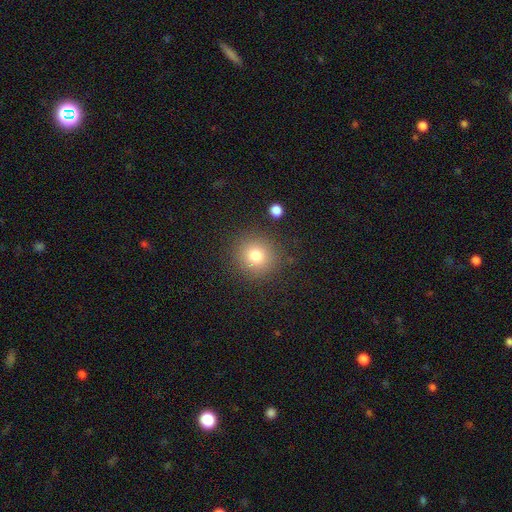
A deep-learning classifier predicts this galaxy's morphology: type=smooth (78%); roundness=round (91%); merging=none (87%).